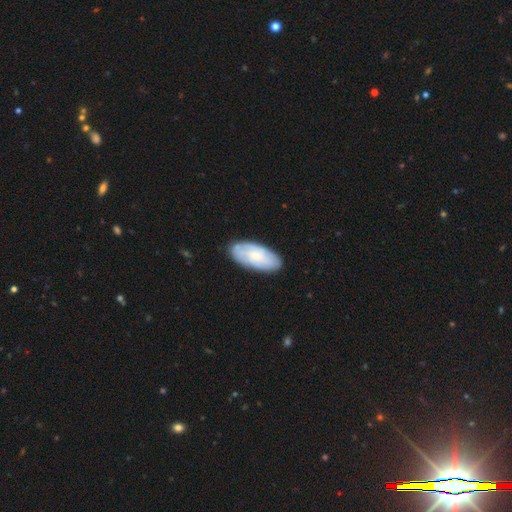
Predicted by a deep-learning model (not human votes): Smooth or featured: smooth — 55% (featured or disk — 39%)
How rounded: in between — 89% (cigar-shaped — 9%)
Merging: none — 82% (minor disturbance — 14%)